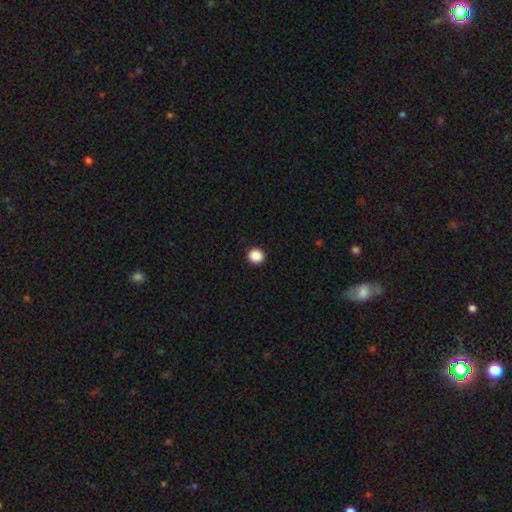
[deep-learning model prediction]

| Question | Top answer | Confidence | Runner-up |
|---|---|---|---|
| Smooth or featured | smooth | 89% | star or artifact (9%) |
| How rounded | round | 95% | in between (4%) |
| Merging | none | 94% | minor disturbance (4%) |